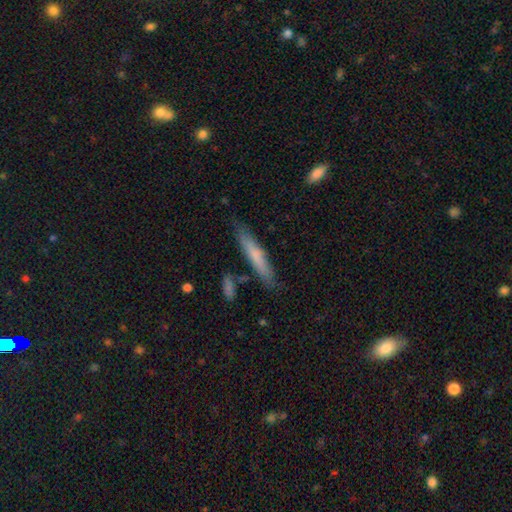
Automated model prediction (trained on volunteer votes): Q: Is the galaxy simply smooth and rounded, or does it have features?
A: smooth — 68%.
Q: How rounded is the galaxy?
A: cigar-shaped — 92%.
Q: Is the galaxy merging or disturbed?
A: none — 81%.